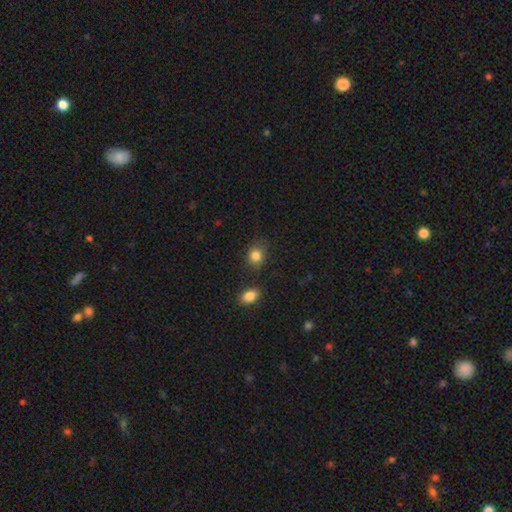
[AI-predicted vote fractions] smooth 85%, star or artifact 10%, featured or disk 5%. Down the decision tree: how rounded — round (65%); merging — none (76%).